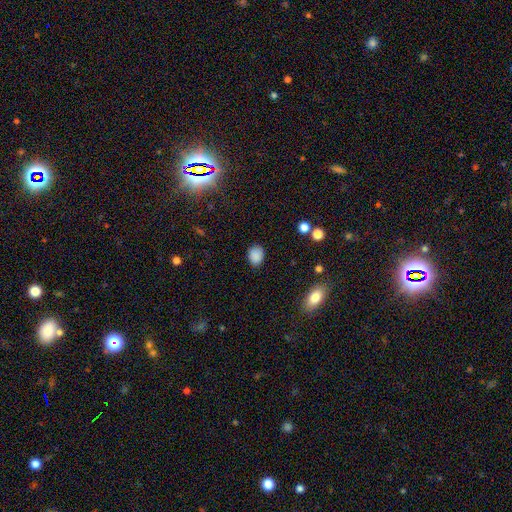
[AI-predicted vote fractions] Smooth or featured? smooth (87%)
How rounded? in between (54%)
Merging? none (83%)